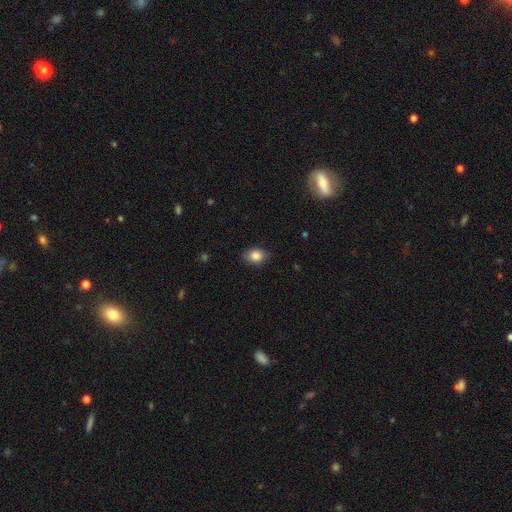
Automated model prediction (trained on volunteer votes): A smooth galaxy with no disk features (85%) that is in between round and cigar-shaped (71%).

Vote fractions:
- Smooth or featured? smooth: 85% / star or artifact: 8% / featured or disk: 7%
- How rounded? in between: 71% / round: 28% / cigar-shaped: 1%
- Merging? none: 82% / minor disturbance: 14% / major disturbance: 3% / merger: 1%